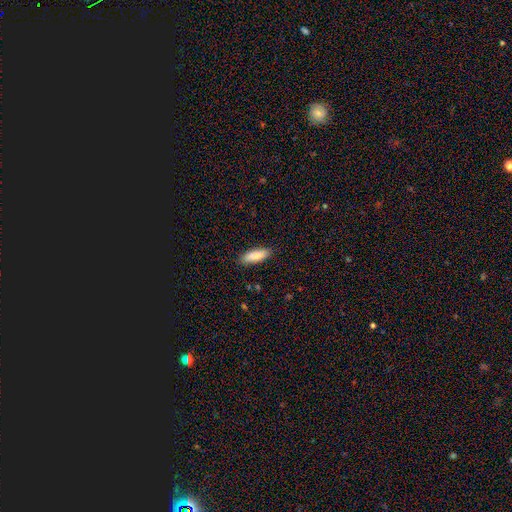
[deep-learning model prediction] Smooth or featured?
  - smooth: 84% *
  - featured or disk: 10%
  - star or artifact: 6%
How rounded?
  - in between: 55% *
  - cigar-shaped: 44%
  - round: 2%
Merging?
  - none: 87% *
  - minor disturbance: 10%
  - major disturbance: 2%
  - merger: 1%